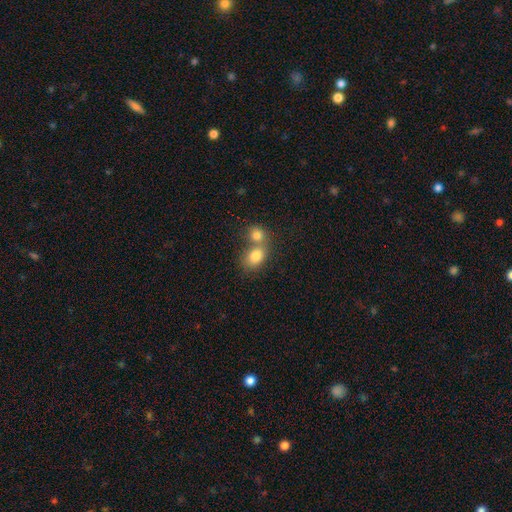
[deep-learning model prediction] Smooth or featured? Predicted: smooth (p=0.81). How rounded? Predicted: in between (p=0.57). Merging? Predicted: merger (p=0.55).